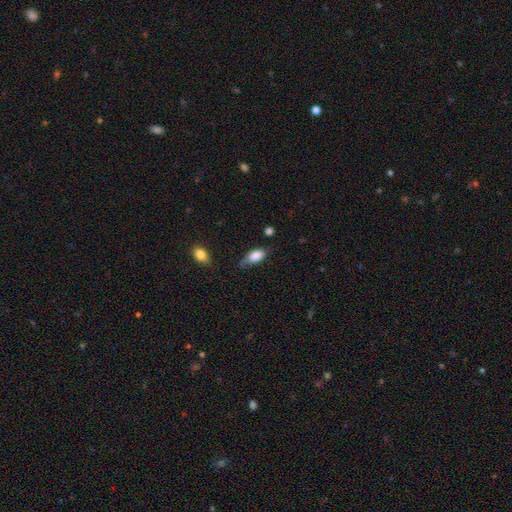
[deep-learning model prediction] This is clearly a smooth galaxy (82%). How rounded: clearly in between (88%). Merging: possibly none (46%).